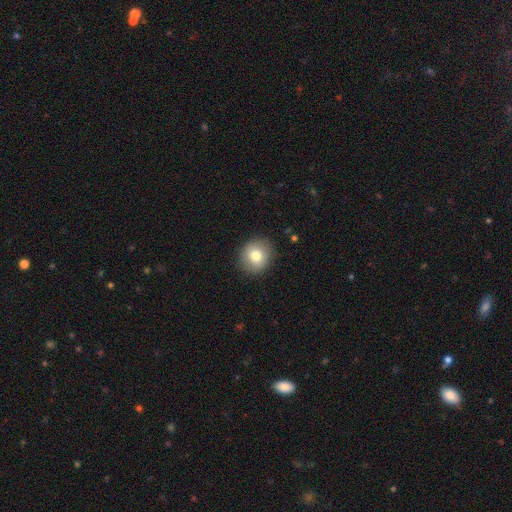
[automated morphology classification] smooth_or_featured: smooth (p=0.78) [alt: featured or disk p=0.13]
how_rounded: round (p=0.82) [alt: in between p=0.17]
merging: none (p=0.89) [alt: minor disturbance p=0.08]